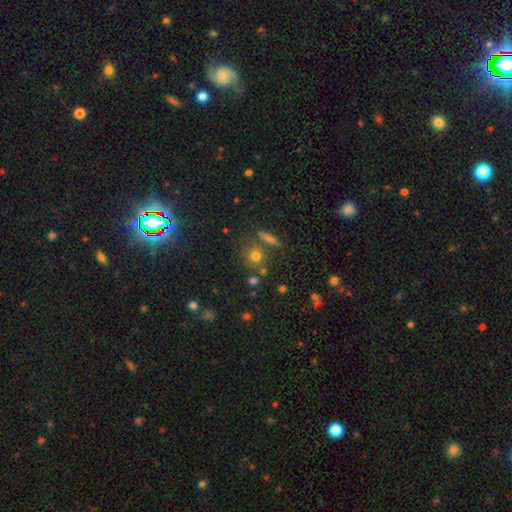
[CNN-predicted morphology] Q: Smooth or featured?
A: smooth (70%); runner-up: star or artifact (18%)
Q: How rounded?
A: round (84%); runner-up: in between (12%)
Q: Merging?
A: none (72%); runner-up: merger (14%)